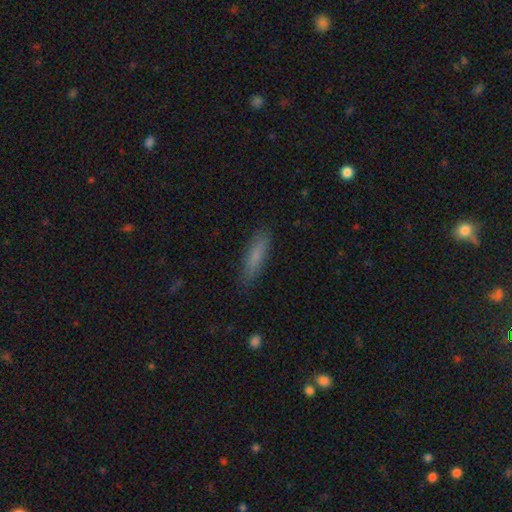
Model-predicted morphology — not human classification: smooth-or-featured: smooth: 78% | featured or disk: 14% | star or artifact: 8%
  how-rounded: cigar-shaped: 74% | in between: 24% | round: 2%
  merging: none: 85% | minor disturbance: 11% | major disturbance: 3% | merger: 1%